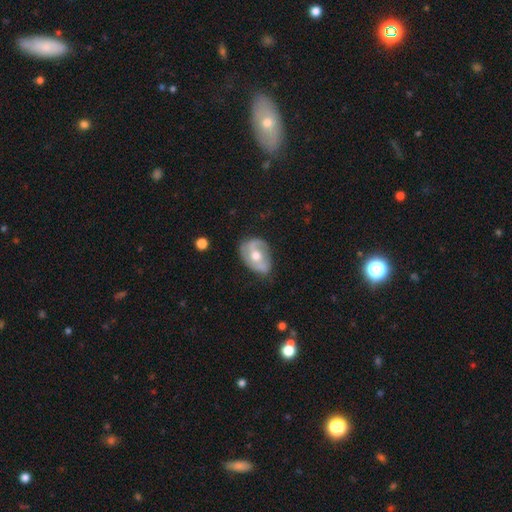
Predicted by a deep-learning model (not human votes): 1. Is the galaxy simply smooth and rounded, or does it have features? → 67% featured or disk, 27% smooth, 6% star or artifact.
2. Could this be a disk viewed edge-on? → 95% no, 5% yes.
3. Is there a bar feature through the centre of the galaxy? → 52% no, 34% weak, 14% strong.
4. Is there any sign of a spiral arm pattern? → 74% yes, 26% no.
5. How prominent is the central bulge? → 75% moderate, 16% small, 7% large, 1% none, 1% dominant.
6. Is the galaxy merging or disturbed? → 56% none, 30% minor disturbance, 12% major disturbance, 2% merger.